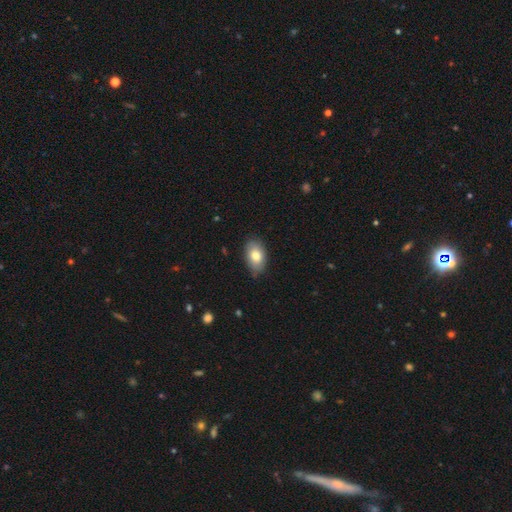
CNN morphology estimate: A smooth galaxy with no disk features (78%) that is in between round and cigar-shaped (91%). Merging: none (79%).